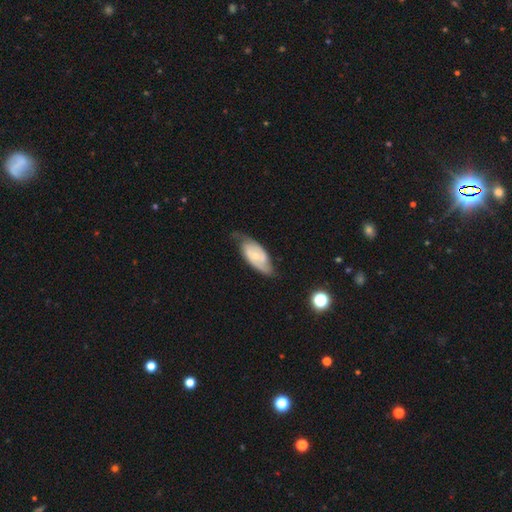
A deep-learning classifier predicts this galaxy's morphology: smooth-or-featured: featured or disk: 67% | smooth: 27% | star or artifact: 6%
  disk-edge-on: no: 92% | yes: 8%
    bar: no: 51% | weak: 38% | strong: 11%
    has-spiral-arms: yes: 85% | no: 15%
      spiral-winding: medium: 42% | tight: 37% | loose: 21%
      spiral-arm-count: 2: 74% | can't tell: 18% | 1: 4% | 3: 2% | 4: 1% | more than 4: 1%
    bulge-size: small: 58% | moderate: 37% | none: 2% | large: 2% | dominant: 1%
  merging: none: 60% | minor disturbance: 28% | major disturbance: 10% | merger: 2%